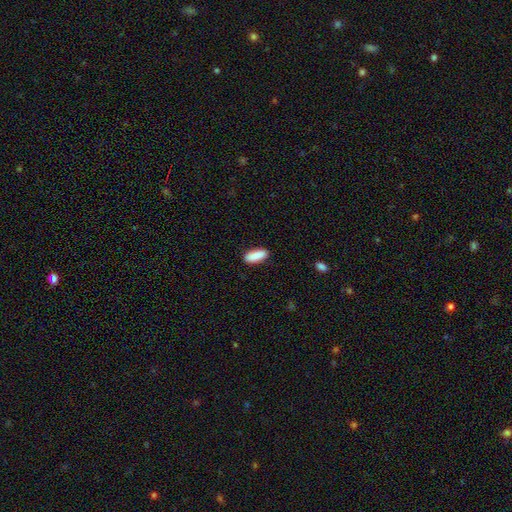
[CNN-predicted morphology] smooth 90%, star or artifact 6%, featured or disk 4%. Down the decision tree: how rounded — in between (70%); merging — none (89%).